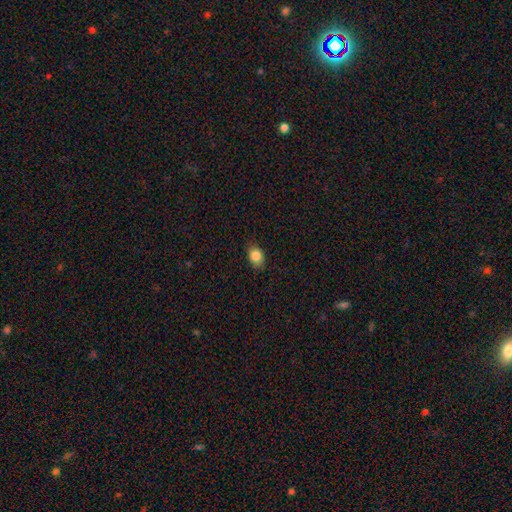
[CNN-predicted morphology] smooth_or_featured: smooth (p=0.85) [alt: star or artifact p=0.09]
how_rounded: in between (p=0.72) [alt: round p=0.27]
merging: none (p=0.83) [alt: minor disturbance p=0.13]